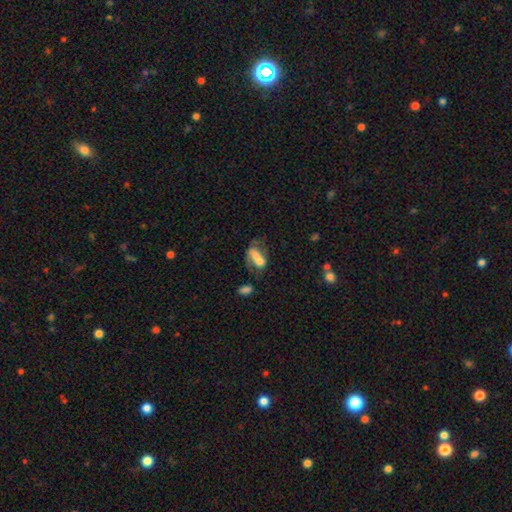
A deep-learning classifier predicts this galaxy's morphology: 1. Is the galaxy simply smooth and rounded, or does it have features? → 51% smooth, 39% featured or disk, 10% star or artifact.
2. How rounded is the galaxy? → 80% in between, 11% cigar-shaped, 9% round.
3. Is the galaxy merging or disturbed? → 32% merger, 28% none, 22% major disturbance, 18% minor disturbance.